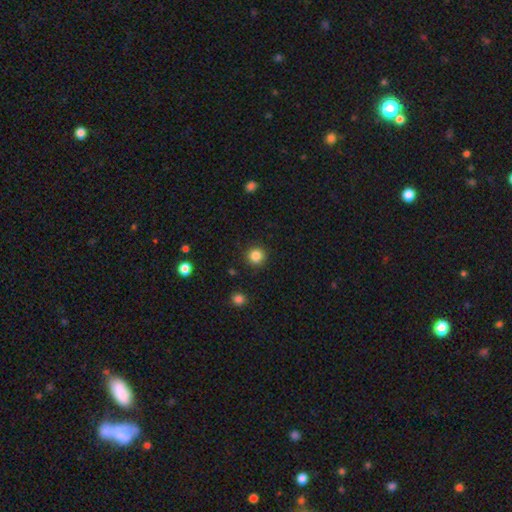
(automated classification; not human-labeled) Smooth or featured?
  - smooth: 85% *
  - star or artifact: 11%
  - featured or disk: 4%
How rounded?
  - round: 95% *
  - in between: 4%
  - cigar-shaped: 1%
Merging?
  - none: 91% *
  - minor disturbance: 5%
  - major disturbance: 2%
  - merger: 1%